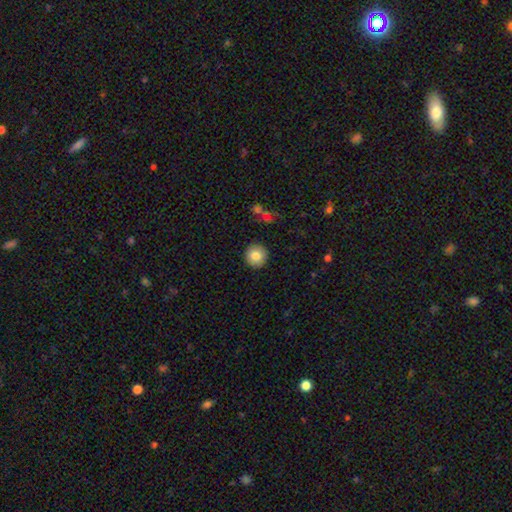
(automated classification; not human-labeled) A smooth galaxy with no disk features (82%) that is round (95%). Merging: none (91%).